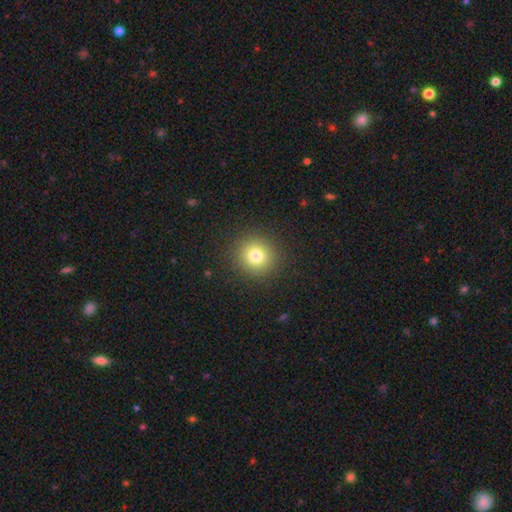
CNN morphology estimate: smooth 78%, star or artifact 14%, featured or disk 9%. Down the decision tree: how rounded — round (93%); merging — none (90%).